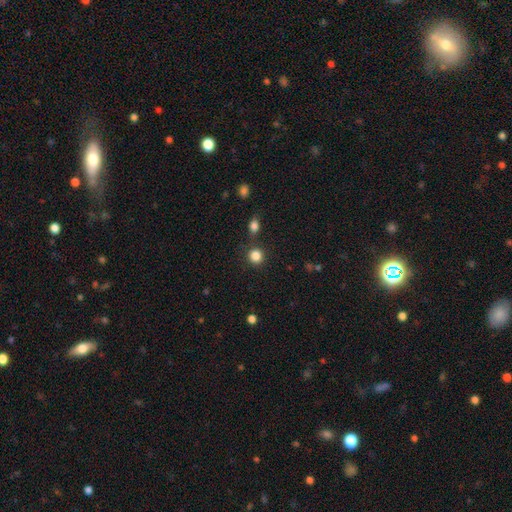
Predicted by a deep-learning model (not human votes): Morphology: type=smooth (84%); roundness=round (88%); merging=none (81%).